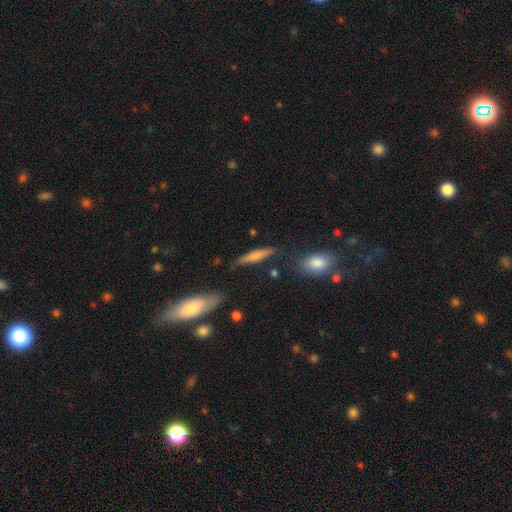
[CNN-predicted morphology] This is likely a smooth galaxy (60%). How rounded: clearly cigar-shaped (84%). Merging: likely none (78%).